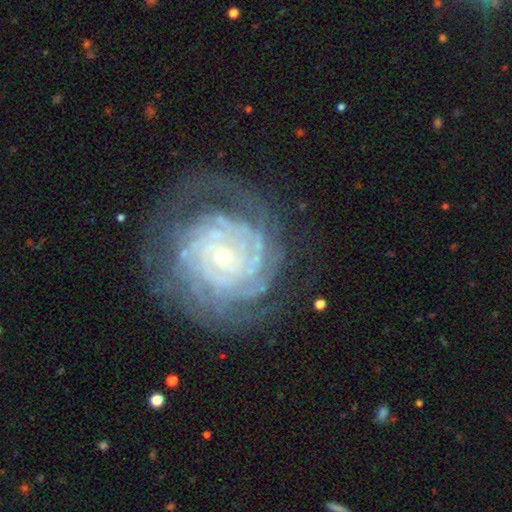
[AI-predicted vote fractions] This is clearly a featured or disk galaxy (87%). It is clearly not viewed edge-on (97%). Bar: likely no (73%). Spiral arm pattern: clearly yes (97%). Spiral arm count: marginally can't tell (31%). Spiral winding: clearly tight (83%). Central bulge: likely small (79%). Merging: likely none (72%).